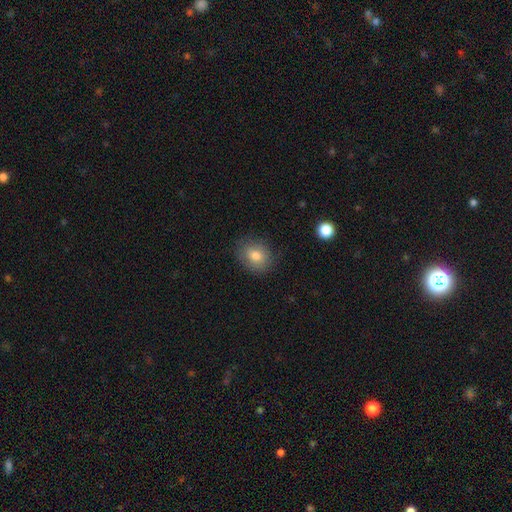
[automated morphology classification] Smooth or featured? smooth (79%)
How rounded? round (55%)
Merging? none (79%)